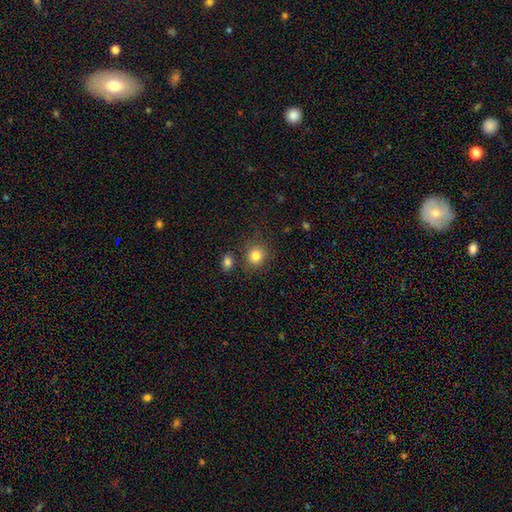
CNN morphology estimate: The model was most divided on "how rounded": round: 81%, in between: 18%, cigar-shaped: 1%. More confident: smooth or featured — smooth (83%); merging — none (79%).